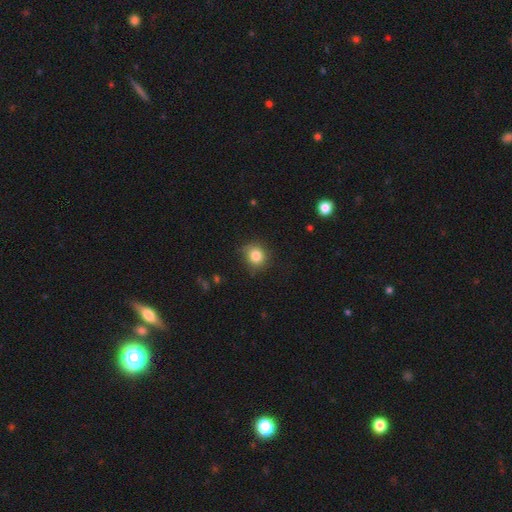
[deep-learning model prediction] A smooth galaxy with no disk features (83%) that is round (86%).

Vote fractions:
- Smooth or featured? smooth: 83% / star or artifact: 10% / featured or disk: 7%
- How rounded? round: 86% / in between: 14% / cigar-shaped: 1%
- Merging? none: 77% / minor disturbance: 18% / major disturbance: 4% / merger: 1%